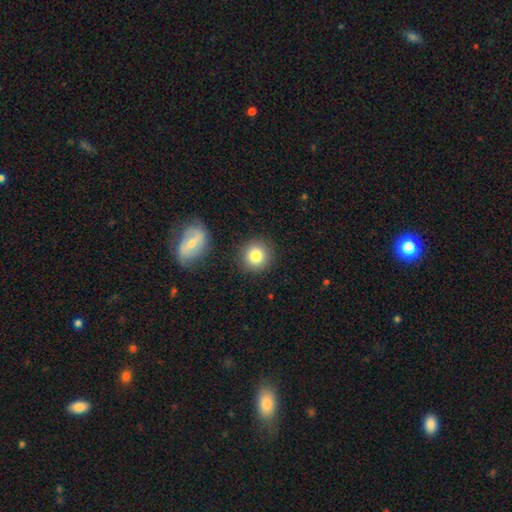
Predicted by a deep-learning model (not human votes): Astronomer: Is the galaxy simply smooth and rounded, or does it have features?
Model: smooth — 83%.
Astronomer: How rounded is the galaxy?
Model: round — 91%.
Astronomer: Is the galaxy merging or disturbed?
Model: none — 86%.